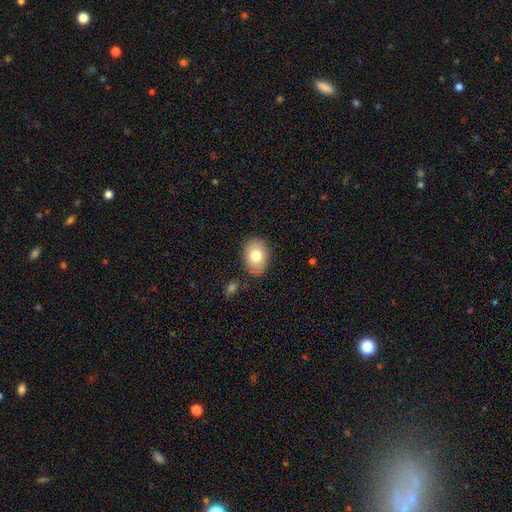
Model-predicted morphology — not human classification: Smooth or featured? Predicted: smooth (p=0.77). How rounded? Predicted: in between (p=0.68). Merging? Predicted: none (p=0.81).